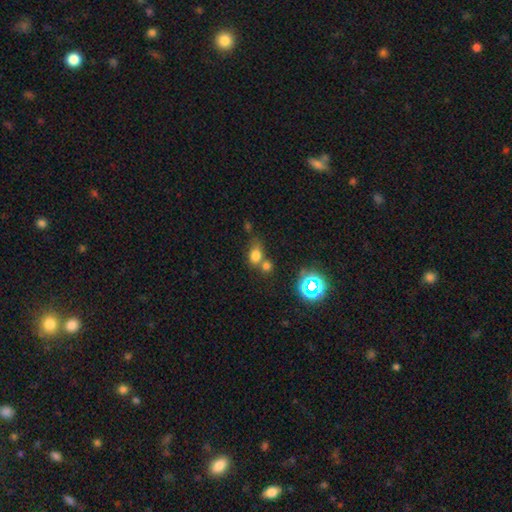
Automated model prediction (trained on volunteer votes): Smooth or featured? Predicted: smooth (p=0.73). How rounded? Predicted: in between (p=0.58). Merging? Predicted: merger (p=0.42).